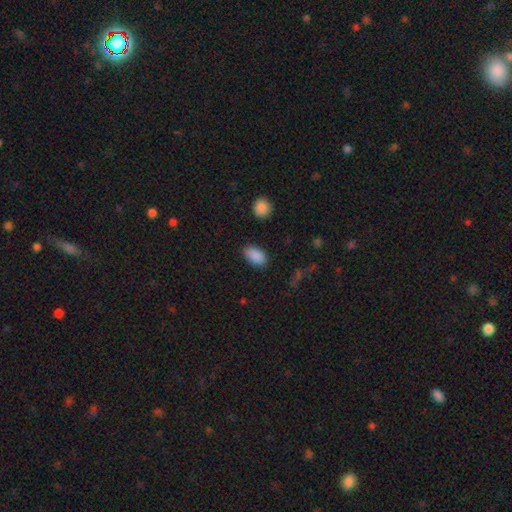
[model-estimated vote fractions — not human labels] A smooth galaxy with no disk features (88%) that is in between round and cigar-shaped (92%).

Vote fractions:
- Smooth or featured? smooth: 88% / star or artifact: 8% / featured or disk: 4%
- How rounded? in between: 92% / round: 6% / cigar-shaped: 2%
- Merging? none: 82% / minor disturbance: 13% / major disturbance: 3% / merger: 2%